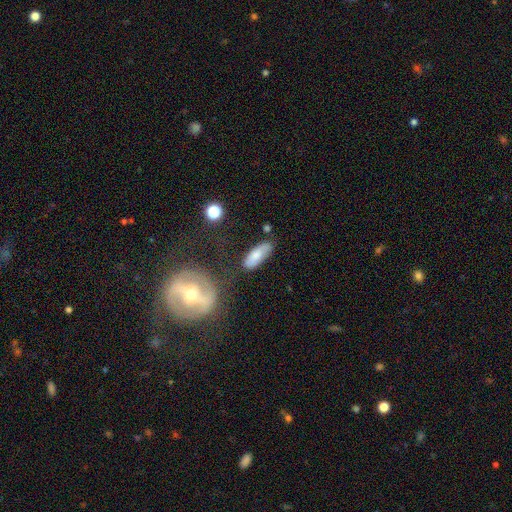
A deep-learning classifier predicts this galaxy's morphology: Smooth or featured? smooth (72%)
How rounded? in between (74%)
Merging? none (67%)